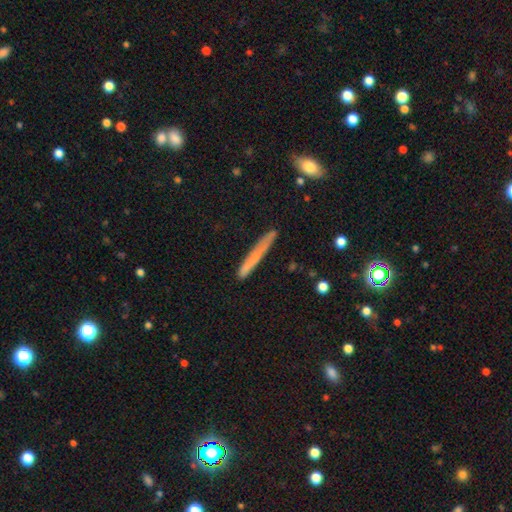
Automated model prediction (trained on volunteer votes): A smooth galaxy with no disk features (64%) that is cigar-shaped (96%). Merging: none (82%).